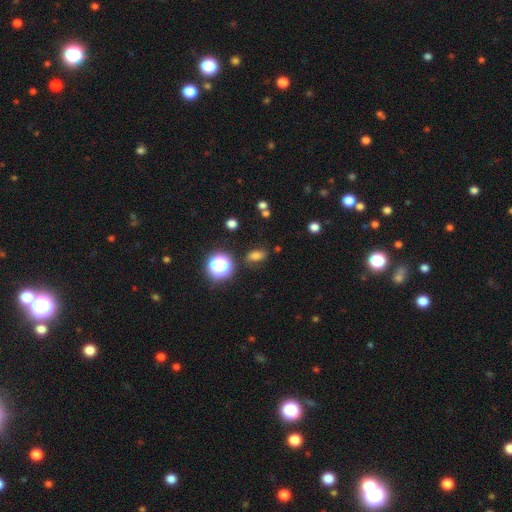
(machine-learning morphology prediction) Smooth or featured? smooth (71%)
How rounded? in between (77%)
Merging? none (80%)